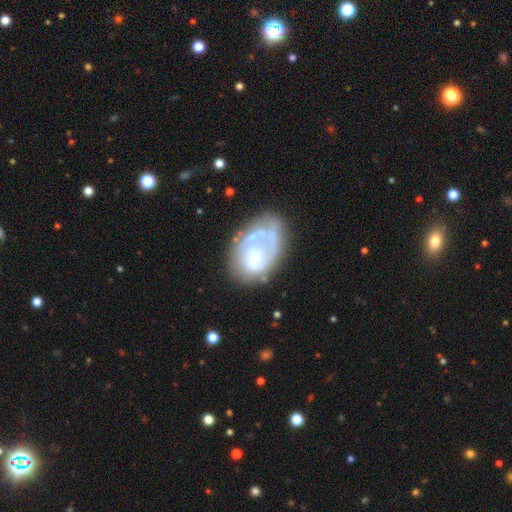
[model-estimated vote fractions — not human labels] This appears to be a featured or disk galaxy (67%) with no bar (71%), spiral arms (67%) and a moderate central bulge (45%). Merging: none (50%).